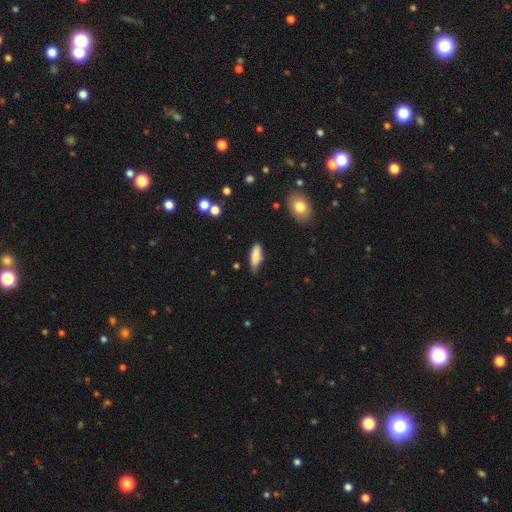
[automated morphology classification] type=smooth (84%); roundness=in between (60%); merging=none (71%).